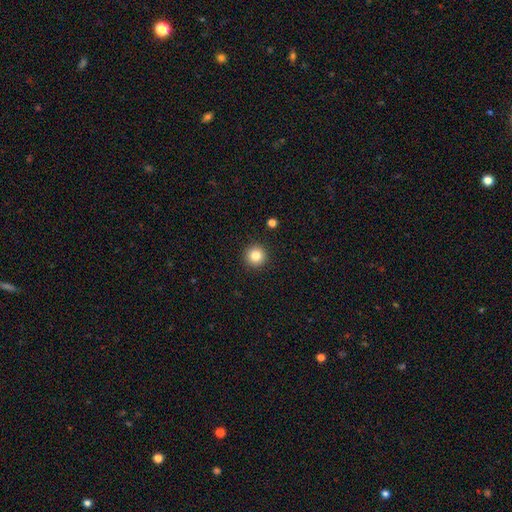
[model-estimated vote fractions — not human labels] Q: Smooth or featured?
A: smooth (83%); runner-up: star or artifact (11%)
Q: How rounded?
A: round (96%); runner-up: in between (3%)
Q: Merging?
A: none (93%); runner-up: minor disturbance (4%)